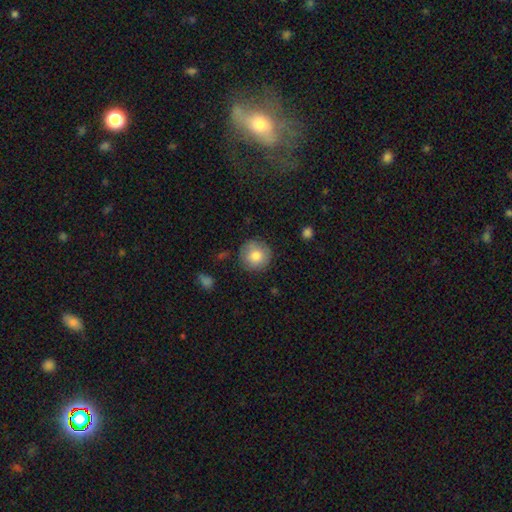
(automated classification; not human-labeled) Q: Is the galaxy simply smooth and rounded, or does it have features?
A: smooth — 80%.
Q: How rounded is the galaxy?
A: round — 94%.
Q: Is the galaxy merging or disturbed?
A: none — 84%.